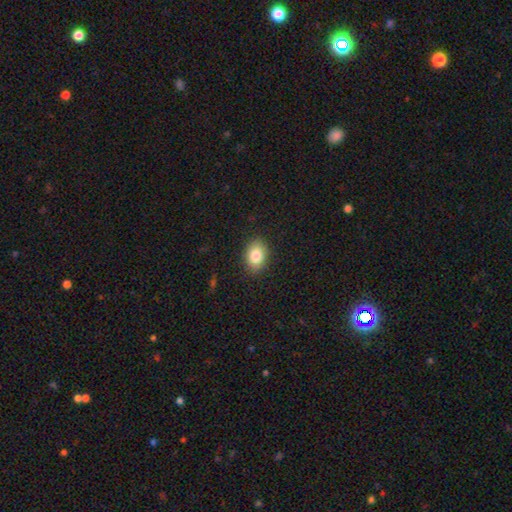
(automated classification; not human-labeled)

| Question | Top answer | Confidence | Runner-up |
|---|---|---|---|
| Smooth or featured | smooth | 83% | star or artifact (8%) |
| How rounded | in between | 79% | round (20%) |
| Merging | none | 88% | minor disturbance (9%) |